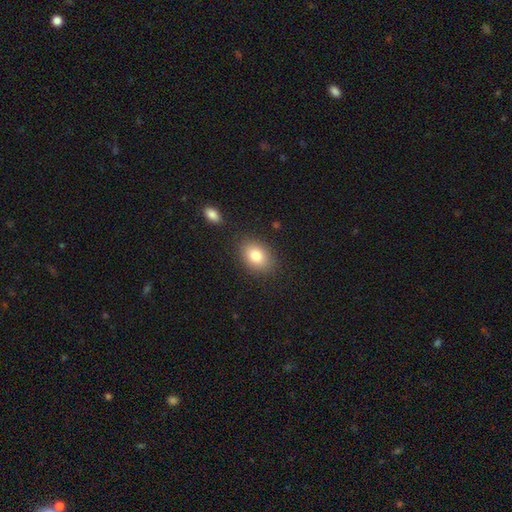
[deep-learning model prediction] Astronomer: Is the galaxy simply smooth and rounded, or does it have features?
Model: smooth — 81%.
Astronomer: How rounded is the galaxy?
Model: in between — 75%.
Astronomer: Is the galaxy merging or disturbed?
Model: none — 84%.